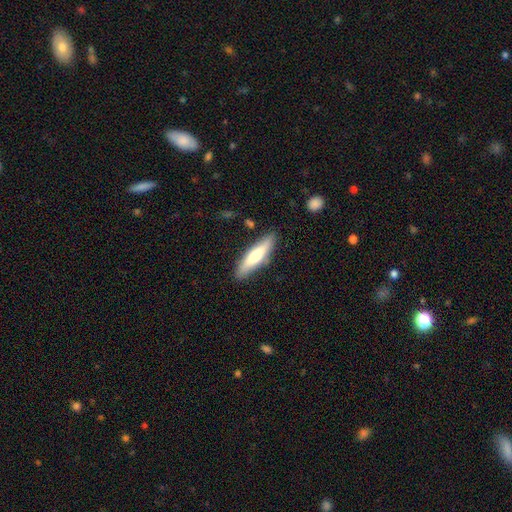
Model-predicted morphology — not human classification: smooth 59%, featured or disk 35%, star or artifact 6%. Down the decision tree: how rounded — cigar-shaped (75%); merging — none (84%).